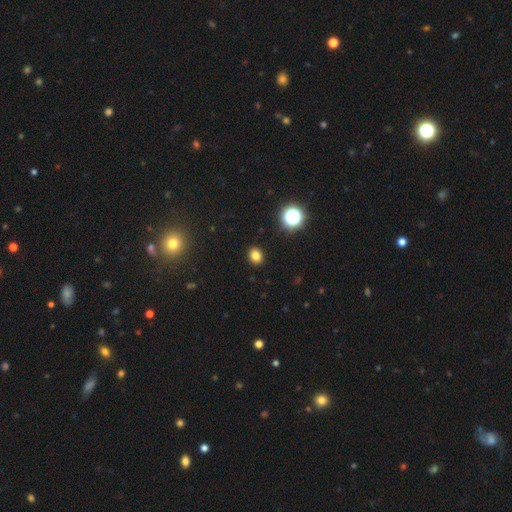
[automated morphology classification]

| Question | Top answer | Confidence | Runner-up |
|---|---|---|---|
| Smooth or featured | smooth | 79% | star or artifact (15%) |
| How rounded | round | 55% | in between (44%) |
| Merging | none | 91% | minor disturbance (6%) |